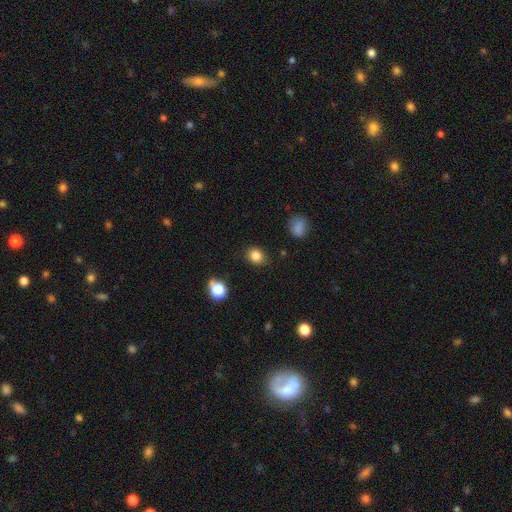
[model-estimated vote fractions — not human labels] Smooth or featured?
  - smooth: 83% *
  - star or artifact: 11%
  - featured or disk: 5%
How rounded?
  - round: 50% *
  - in between: 49%
  - cigar-shaped: 1%
Merging?
  - none: 82% *
  - minor disturbance: 13%
  - major disturbance: 3%
  - merger: 2%